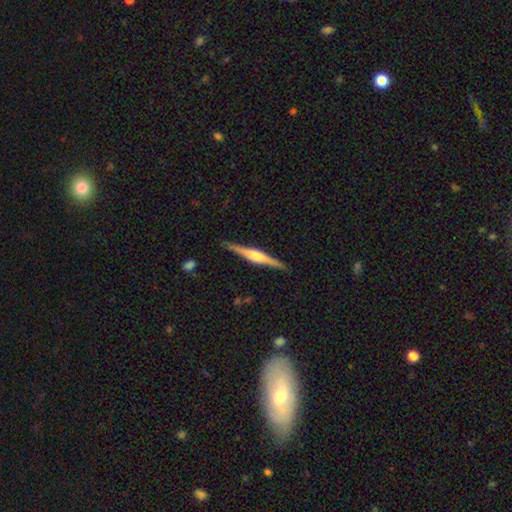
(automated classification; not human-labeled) smooth_or_featured: featured or disk (p=0.80) [alt: smooth p=0.15]
disk_edge_on: yes (p=0.98) [alt: no p=0.02]
edge_on_bulge: rounded (p=0.87) [alt: boxy p=0.10]
merging: none (p=0.90) [alt: minor disturbance p=0.07]